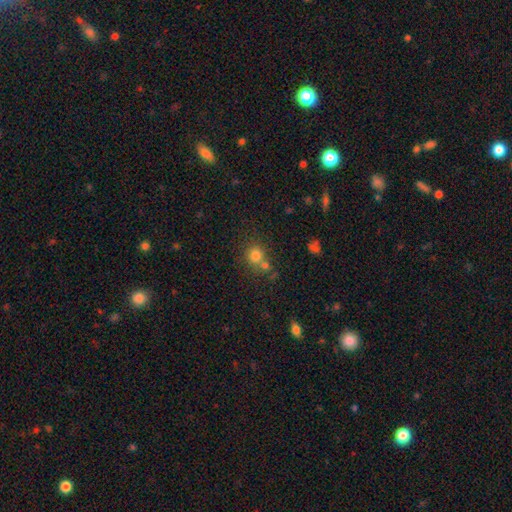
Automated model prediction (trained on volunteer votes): Smooth or featured: smooth — 77% (star or artifact — 14%)
How rounded: round — 85% (in between — 14%)
Merging: none — 57% (merger — 30%)